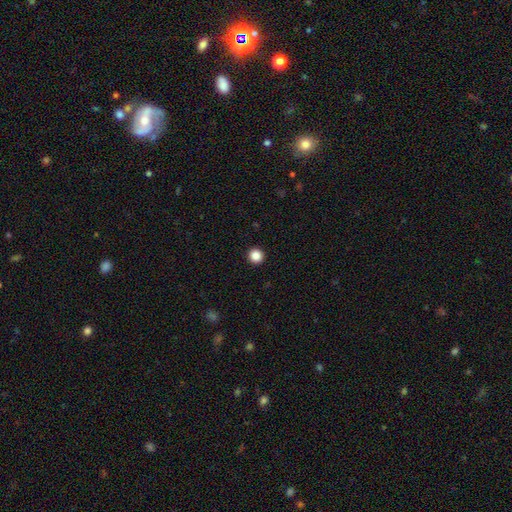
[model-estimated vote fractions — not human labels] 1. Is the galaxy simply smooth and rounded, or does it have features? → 87% smooth, 10% star or artifact, 3% featured or disk.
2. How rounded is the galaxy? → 96% round, 3% in between, 1% cigar-shaped.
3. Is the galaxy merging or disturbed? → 94% none, 4% minor disturbance, 1% major disturbance, 1% merger.